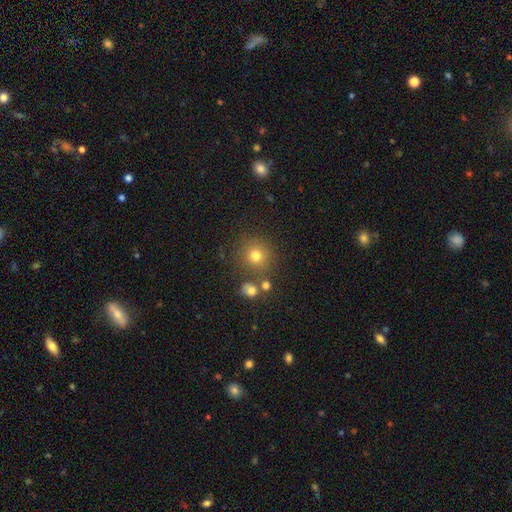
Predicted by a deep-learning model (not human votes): Smooth or featured: smooth — 75% (star or artifact — 16%)
How rounded: round — 90% (in between — 9%)
Merging: none — 78% (minor disturbance — 9%)